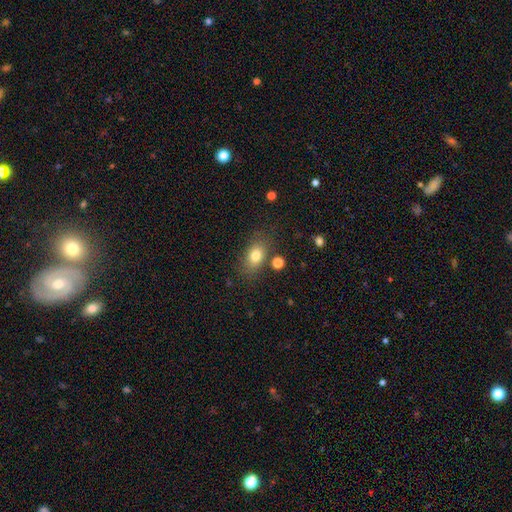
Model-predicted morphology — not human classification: This appears to be a smooth galaxy with no disk features (79%) that is in between round and cigar-shaped (80%). Merging: none (76%).